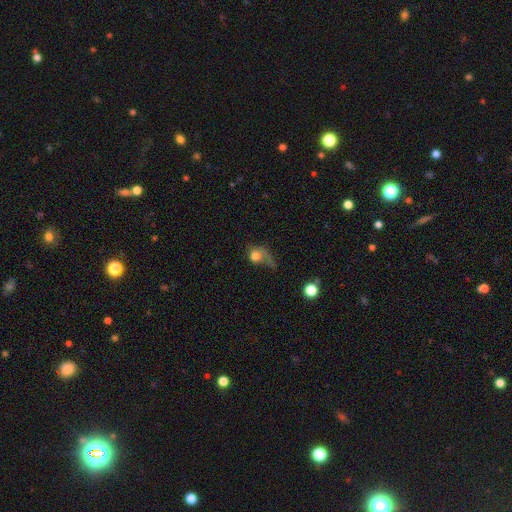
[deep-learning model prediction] Morphology: type=smooth (64%); roundness=round (60%); merging=major disturbance (54%).